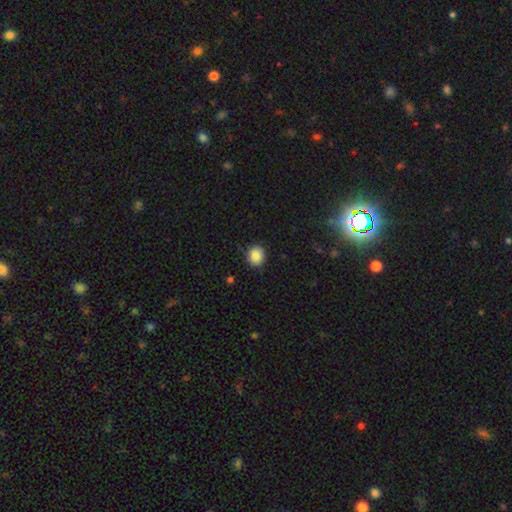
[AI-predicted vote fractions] Overall: smooth (88%). How rounded: round (76%). Merging: none (88%).